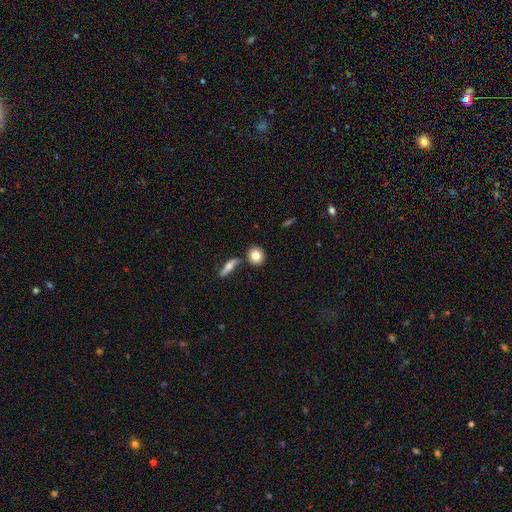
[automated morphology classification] Smooth or featured? smooth (81%)
How rounded? round (79%)
Merging? none (78%)